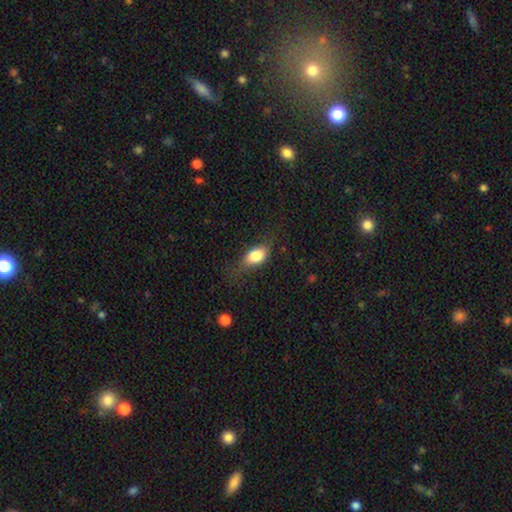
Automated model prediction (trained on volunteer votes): Morphology: type=smooth (79%); roundness=in between (83%); merging=none (63%).